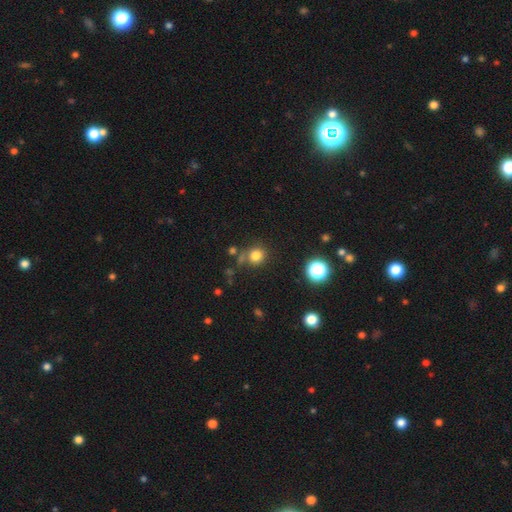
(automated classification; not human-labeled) This appears to be a smooth galaxy with no disk features (79%) that is round (85%). Merging: none (72%).